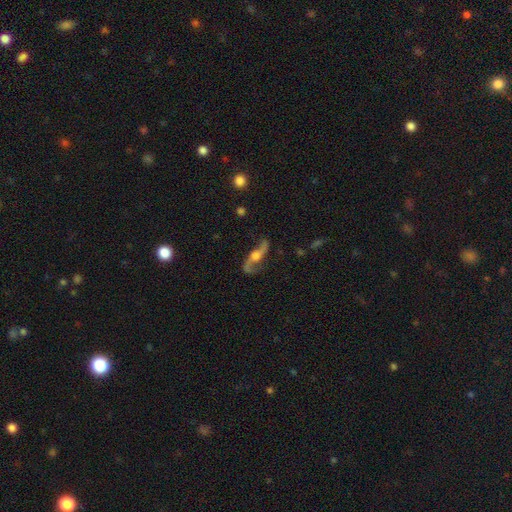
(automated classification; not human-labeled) Morphology: type=featured or disk (87%); edge-on=no (85%); bar=no (58%); spiral arms=yes (95%); winding=loose (84%); arm count=2 (93%); bulge=moderate (59%); merging=none (72%).